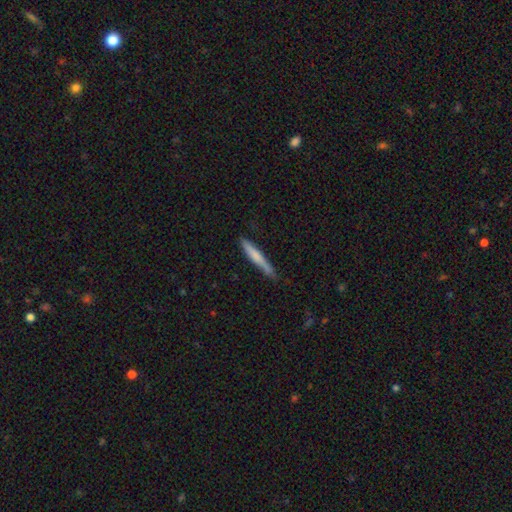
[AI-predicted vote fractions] A smooth galaxy with no disk features (66%) that is cigar-shaped (95%). Merging: none (76%).